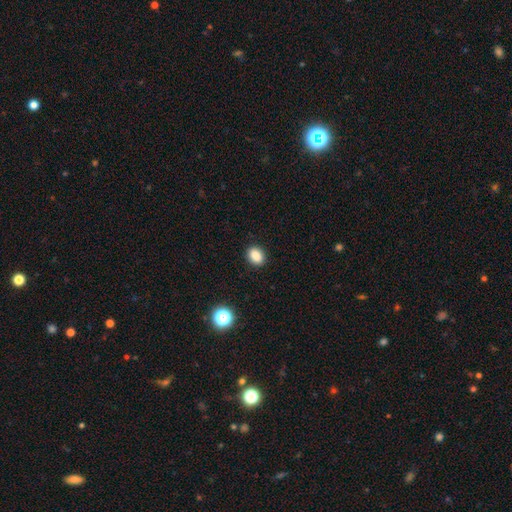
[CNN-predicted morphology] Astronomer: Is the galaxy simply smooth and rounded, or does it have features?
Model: smooth — 86%.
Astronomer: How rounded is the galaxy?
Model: in between — 65%.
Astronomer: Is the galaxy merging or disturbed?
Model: none — 90%.